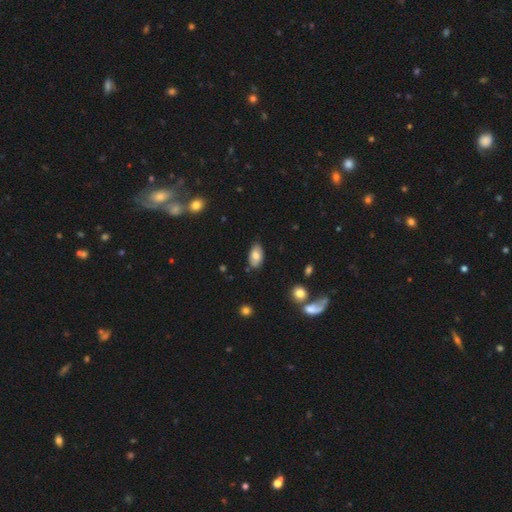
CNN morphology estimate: A smooth galaxy with no disk features (74%) that is in between round and cigar-shaped (94%). Merging: none (80%).